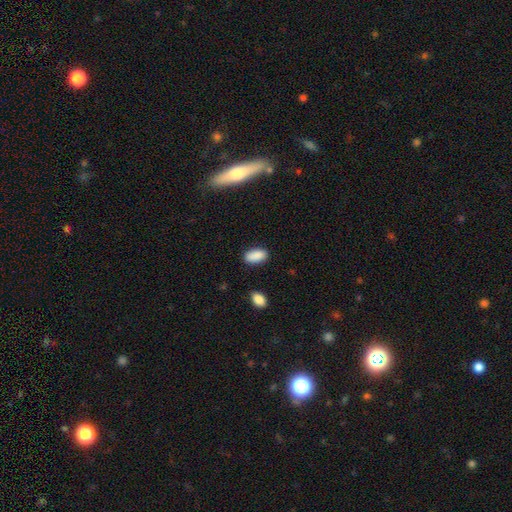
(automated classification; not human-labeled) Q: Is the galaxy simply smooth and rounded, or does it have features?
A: smooth — 89%.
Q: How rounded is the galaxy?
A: in between — 92%.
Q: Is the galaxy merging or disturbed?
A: none — 85%.